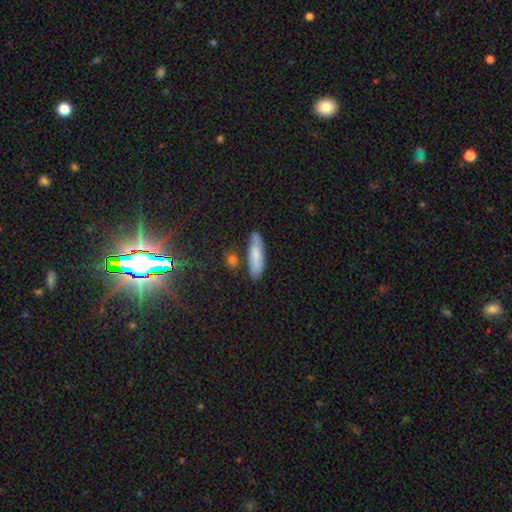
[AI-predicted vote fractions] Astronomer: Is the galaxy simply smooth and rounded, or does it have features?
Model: smooth — 74%.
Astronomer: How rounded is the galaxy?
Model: cigar-shaped — 59% (runner-up: in between, 39%).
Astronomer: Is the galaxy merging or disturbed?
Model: none — 77%.